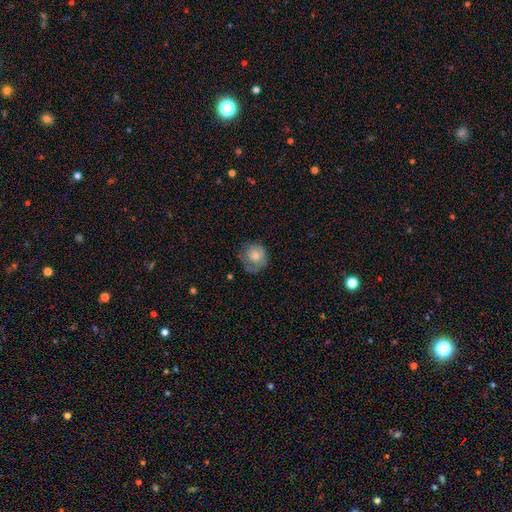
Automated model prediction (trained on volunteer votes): Q: Smooth or featured?
A: smooth (70%); runner-up: featured or disk (22%)
Q: How rounded?
A: round (87%); runner-up: in between (13%)
Q: Merging?
A: none (58%); runner-up: minor disturbance (27%)